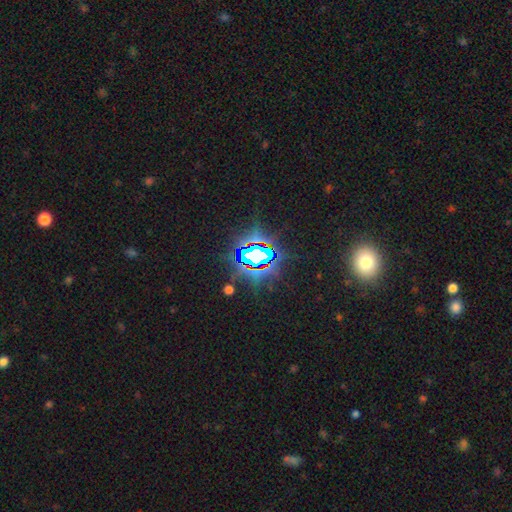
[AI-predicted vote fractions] This is likely a star or artifact rather than a galaxy (79%).